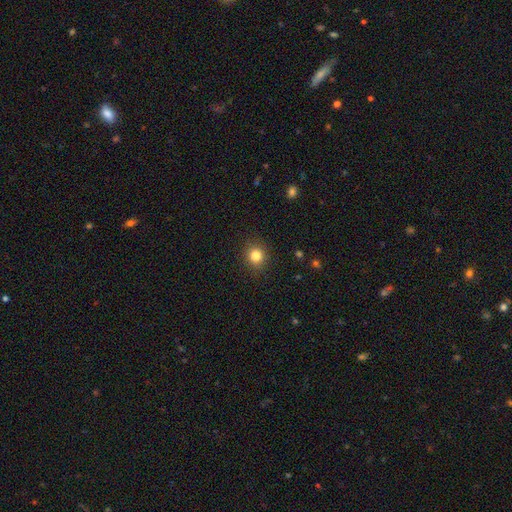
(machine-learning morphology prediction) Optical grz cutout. It shows a smooth galaxy with no disk features (83%) that is round (87%). Merging: none (91%).